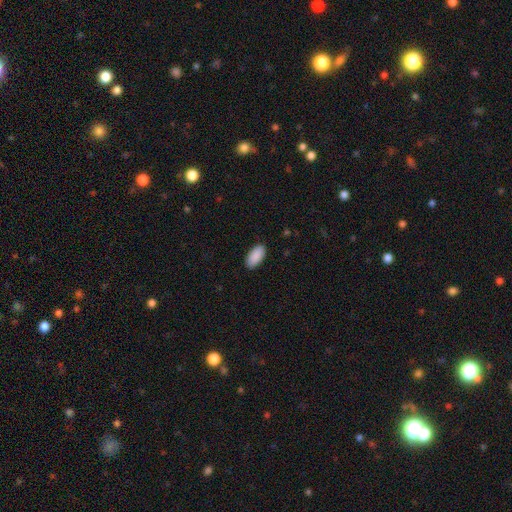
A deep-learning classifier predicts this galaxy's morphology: The model was most divided on "merging": none: 89%, minor disturbance: 8%, major disturbance: 2%, merger: 1%. More confident: how rounded — in between (94%); smooth or featured — smooth (91%).